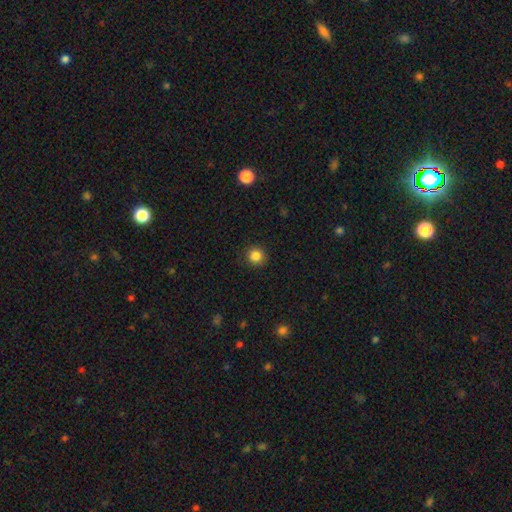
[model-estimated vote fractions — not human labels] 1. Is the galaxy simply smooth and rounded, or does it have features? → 84% smooth, 11% star or artifact, 4% featured or disk.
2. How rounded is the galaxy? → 92% round, 7% in between, 1% cigar-shaped.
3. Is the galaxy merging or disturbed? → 90% none, 7% minor disturbance, 2% major disturbance, 1% merger.